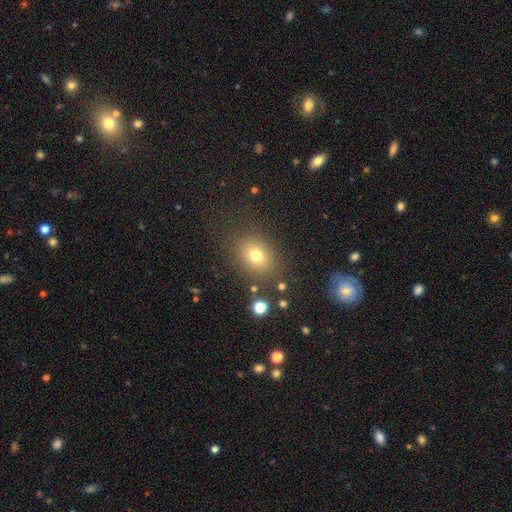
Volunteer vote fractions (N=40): smooth_or_featured: smooth (p=0.75) [alt: featured or disk p=0.12]
how_rounded: in between (p=0.63) [alt: round p=0.37]
merging: none (p=0.69) [alt: minor disturbance p=0.17]